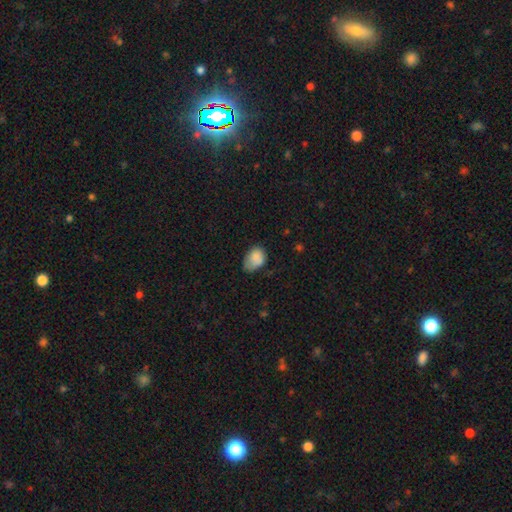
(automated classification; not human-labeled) Smooth or featured? smooth (82%)
How rounded? in between (77%)
Merging? none (46%)